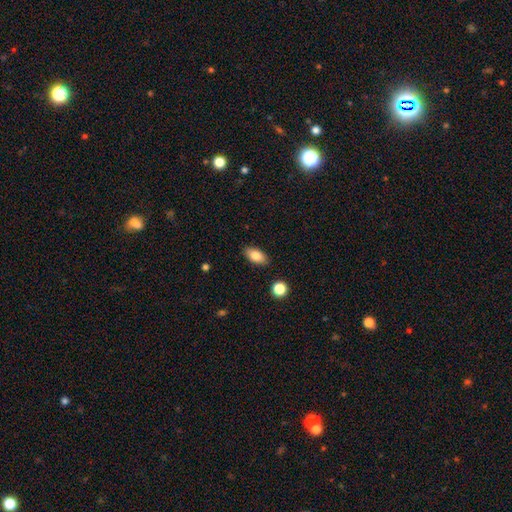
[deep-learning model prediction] Smooth or featured: smooth — 82% (featured or disk — 10%)
How rounded: in between — 90% (cigar-shaped — 6%)
Merging: none — 87% (minor disturbance — 9%)